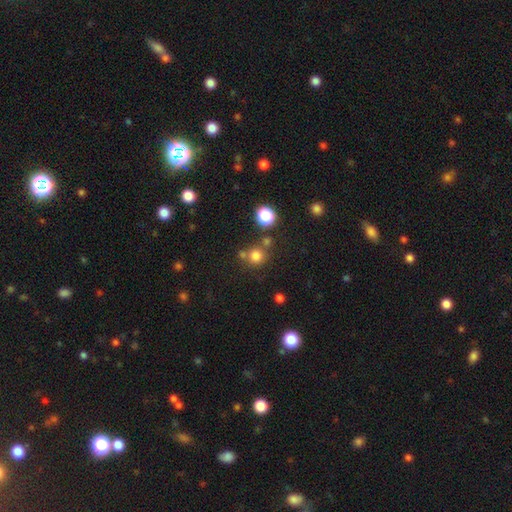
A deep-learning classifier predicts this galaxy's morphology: type=smooth (75%); roundness=round (89%); merging=none (67%).